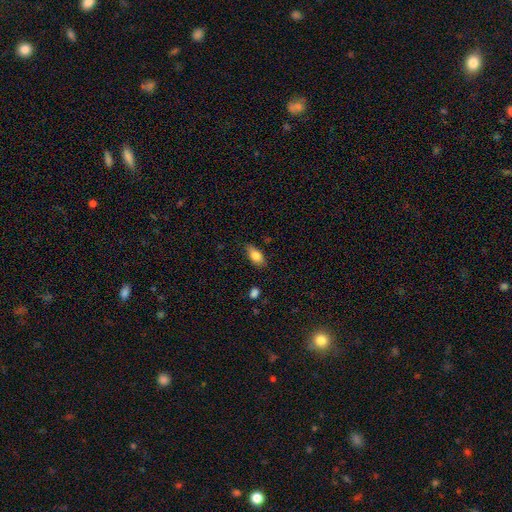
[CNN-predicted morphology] The model was most divided on "merging": none: 77%, minor disturbance: 18%, major disturbance: 3%, merger: 2%. More confident: how rounded — in between (87%); smooth or featured — smooth (83%).